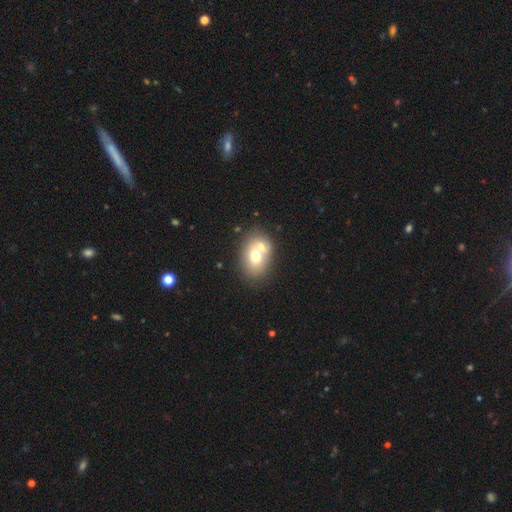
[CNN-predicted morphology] Smooth or featured: smooth — 64% (featured or disk — 27%)
How rounded: in between — 66% (round — 33%)
Merging: merger — 50% (none — 37%)